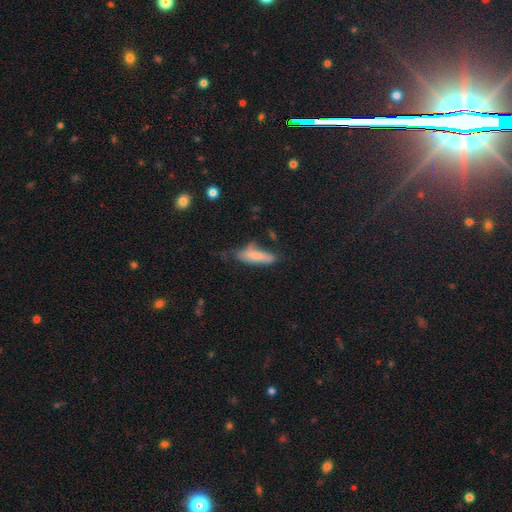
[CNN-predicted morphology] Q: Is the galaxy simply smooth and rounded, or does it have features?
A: smooth — 73%.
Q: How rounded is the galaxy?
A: cigar-shaped — 55%.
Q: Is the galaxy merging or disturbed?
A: none — 46%.